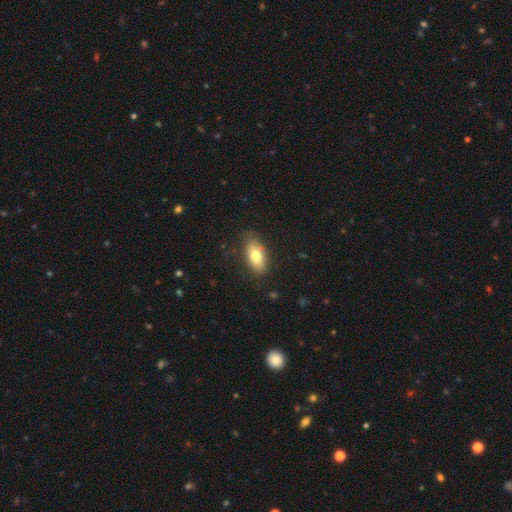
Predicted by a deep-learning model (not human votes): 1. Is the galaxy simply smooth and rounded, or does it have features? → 76% smooth, 17% featured or disk, 7% star or artifact.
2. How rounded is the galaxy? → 89% in between, 7% cigar-shaped, 5% round.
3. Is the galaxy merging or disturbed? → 78% none, 17% minor disturbance, 4% major disturbance, 1% merger.